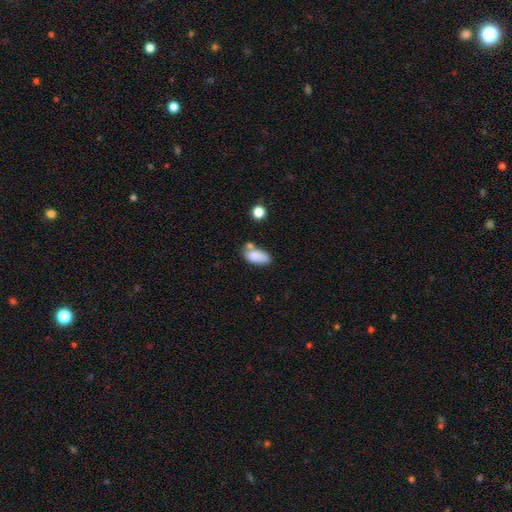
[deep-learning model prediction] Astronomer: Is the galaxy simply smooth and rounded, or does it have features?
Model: smooth — 82%.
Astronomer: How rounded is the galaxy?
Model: in between — 91%.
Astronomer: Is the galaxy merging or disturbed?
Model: none — 45% (runner-up: merger, 23%).